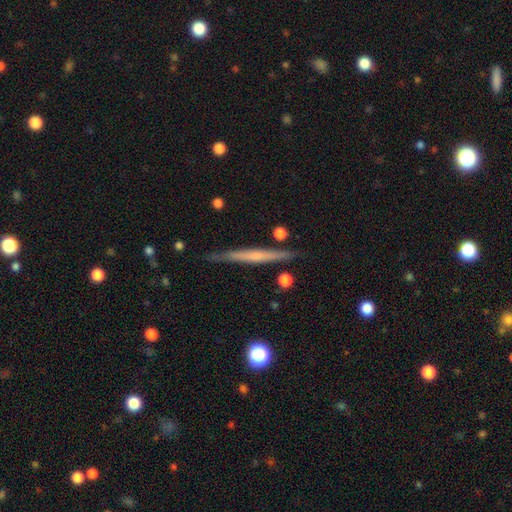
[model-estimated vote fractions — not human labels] Smooth or featured?
  - featured or disk: 56% *
  - smooth: 38%
  - star or artifact: 6%
Edge-on disk?
  - yes: 97% *
  - no: 3%
Edge-on bulge?
  - none: 65% *
  - rounded: 26%
  - boxy: 9%
Merging?
  - none: 87% *
  - minor disturbance: 10%
  - merger: 2%
  - major disturbance: 2%